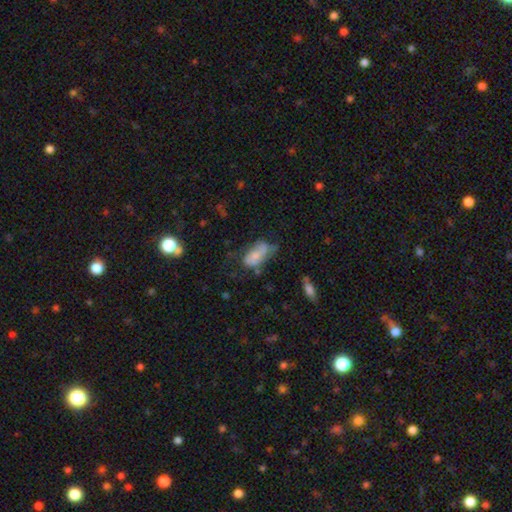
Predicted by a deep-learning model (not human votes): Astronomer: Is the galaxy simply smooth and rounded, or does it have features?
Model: smooth — 61%.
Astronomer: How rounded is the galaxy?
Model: in between — 89%.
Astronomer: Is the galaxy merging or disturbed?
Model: minor disturbance — 33% (runner-up: none, 32%).